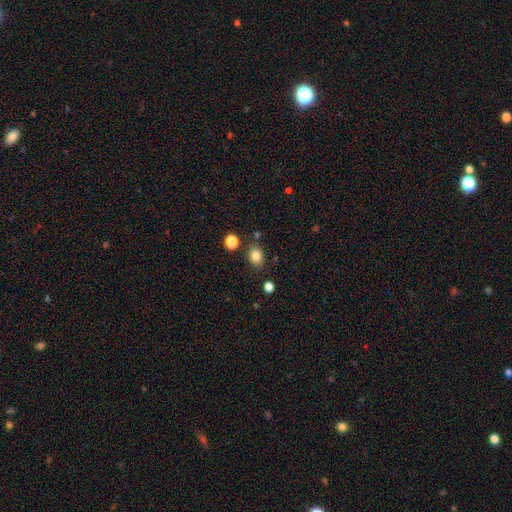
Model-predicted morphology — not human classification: Smooth or featured: smooth — 84% (star or artifact — 11%)
How rounded: in between — 57% (round — 42%)
Merging: none — 82% (minor disturbance — 11%)